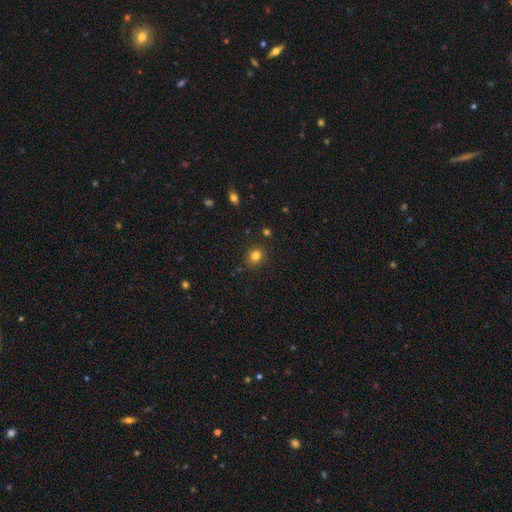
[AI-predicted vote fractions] Smooth or featured? smooth (81%)
How rounded? round (86%)
Merging? none (88%)